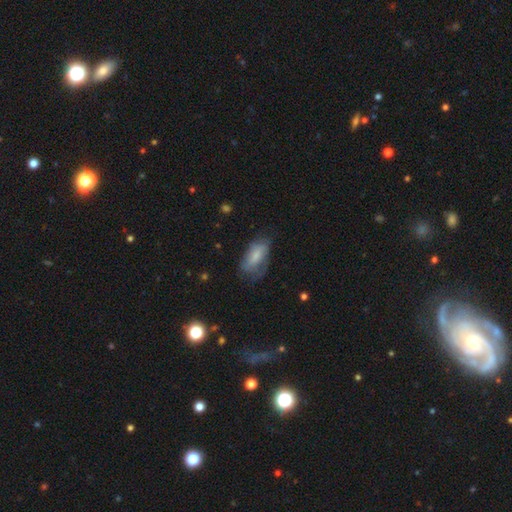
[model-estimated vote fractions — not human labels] Overall: smooth (68%). How rounded: in between (89%). Merging: none (46%; minor disturbance 32%).